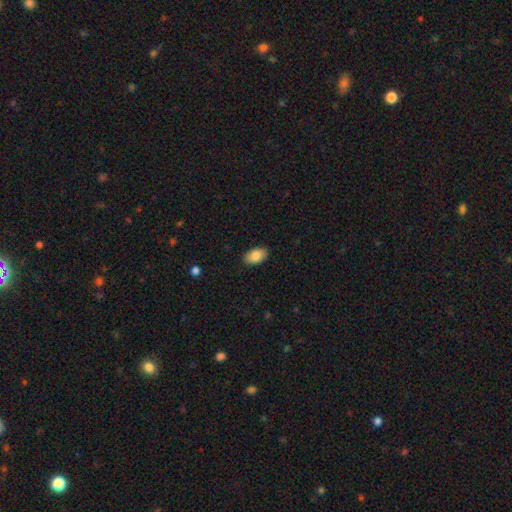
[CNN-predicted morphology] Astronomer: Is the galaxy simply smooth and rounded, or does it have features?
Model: smooth — 86%.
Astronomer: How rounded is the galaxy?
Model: in between — 93%.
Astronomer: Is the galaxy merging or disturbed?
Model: none — 87%.